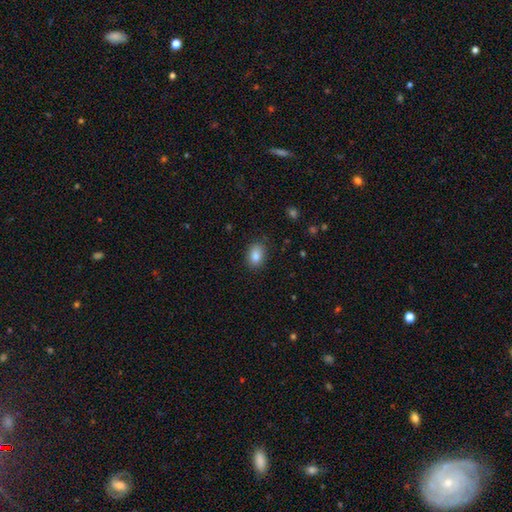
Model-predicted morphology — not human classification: type=smooth (85%); roundness=in between (75%); merging=none (84%).